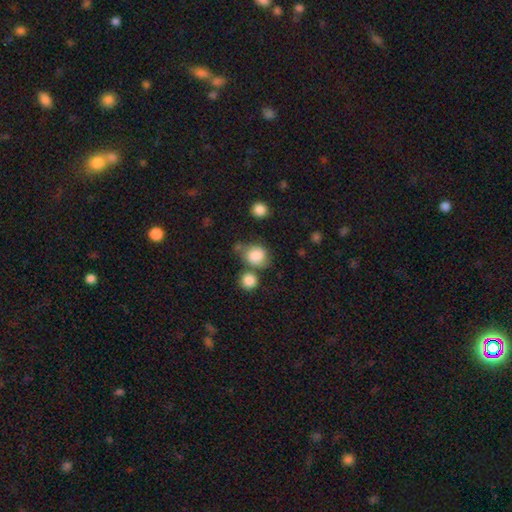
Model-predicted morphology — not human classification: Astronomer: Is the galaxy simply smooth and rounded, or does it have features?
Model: smooth — 83%.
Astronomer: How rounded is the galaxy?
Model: round — 69%.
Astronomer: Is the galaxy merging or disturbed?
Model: none — 52%.